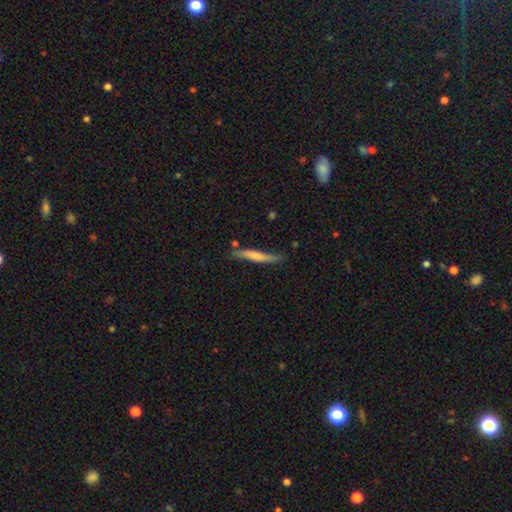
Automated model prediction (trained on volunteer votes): Smooth or featured? smooth (58%)
How rounded? cigar-shaped (93%)
Merging? none (69%)